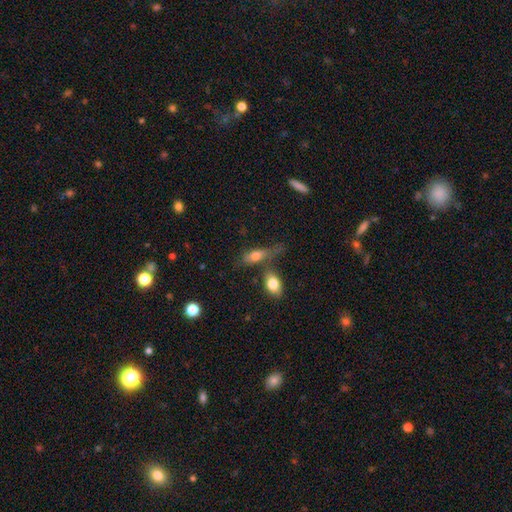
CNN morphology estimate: A smooth galaxy with no disk features (71%) that is in between round and cigar-shaped (73%). Merging: none (35%).